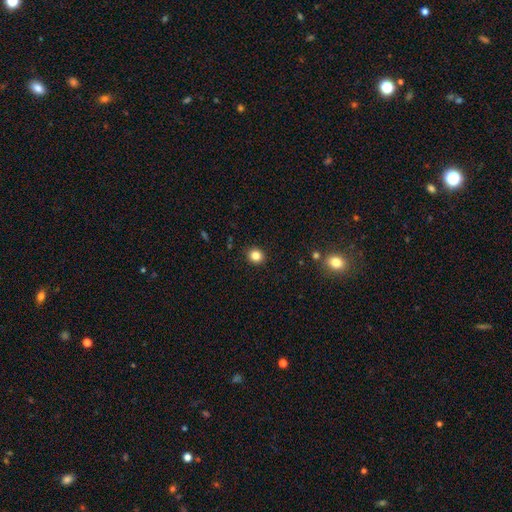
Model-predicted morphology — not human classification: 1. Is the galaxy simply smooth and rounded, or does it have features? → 83% smooth, 12% star or artifact, 5% featured or disk.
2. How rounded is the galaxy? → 85% round, 14% in between, 1% cigar-shaped.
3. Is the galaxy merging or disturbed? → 91% none, 6% minor disturbance, 2% major disturbance, 1% merger.